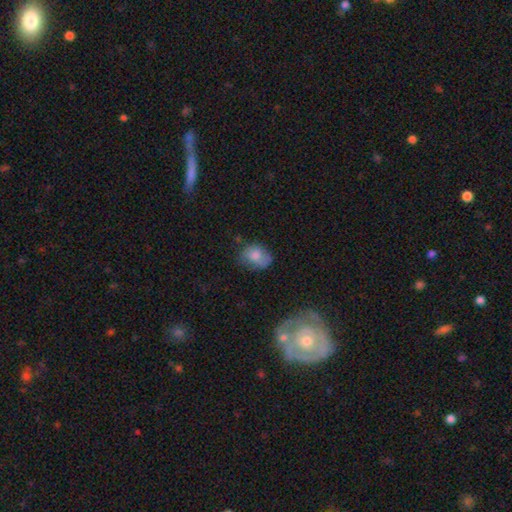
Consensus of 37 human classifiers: smooth-or-featured: smooth: 84% | featured or disk: 8% | star or artifact: 8%
  how-rounded: in between: 55% | round: 45% | cigar-shaped: 0%
  merging: none: 62% | minor disturbance: 29% | major disturbance: 9% | merger: 0%